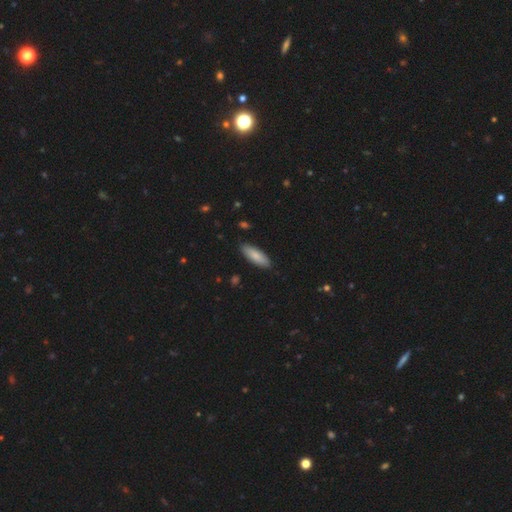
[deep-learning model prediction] smooth 83%, featured or disk 12%, star or artifact 6%. Down the decision tree: how rounded — in between (60%); merging — none (88%).